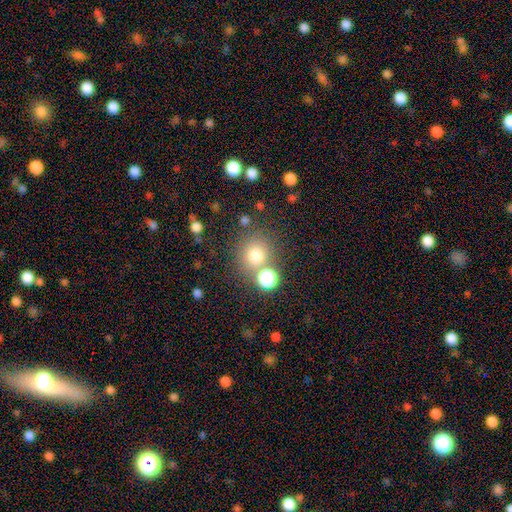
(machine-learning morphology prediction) This appears to be a smooth galaxy with no disk features (74%) that is round (88%). Merging: none (70%).